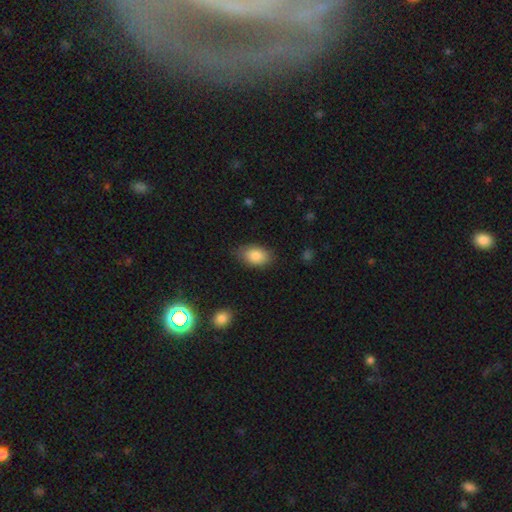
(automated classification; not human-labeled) A smooth galaxy with no disk features (86%) that is in between round and cigar-shaped (89%). Merging: none (78%).